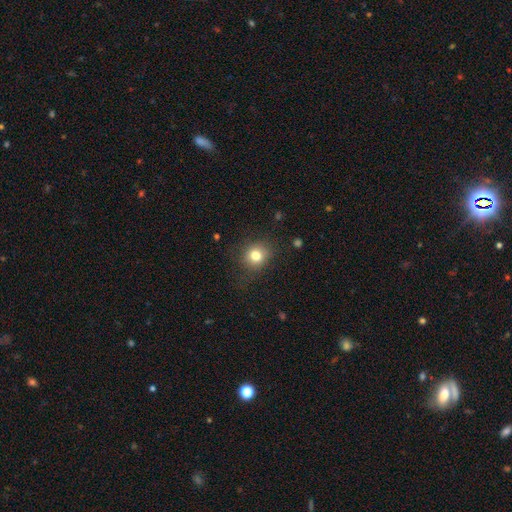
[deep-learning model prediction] Smooth or featured? smooth (79%)
How rounded? round (77%)
Merging? none (80%)